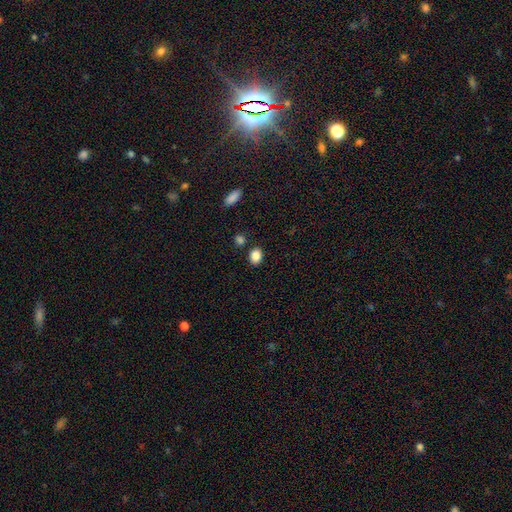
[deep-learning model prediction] Smooth or featured?
  - smooth: 87% *
  - star or artifact: 9%
  - featured or disk: 4%
How rounded?
  - in between: 64% *
  - round: 35%
  - cigar-shaped: 1%
Merging?
  - none: 83% *
  - minor disturbance: 9%
  - merger: 5%
  - major disturbance: 3%